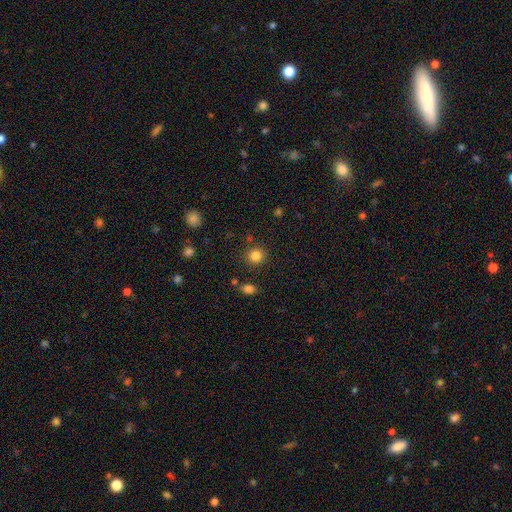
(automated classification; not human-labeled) A smooth galaxy with no disk features (84%) that is round (89%).

Vote fractions:
- Smooth or featured? smooth: 84% / star or artifact: 12% / featured or disk: 4%
- How rounded? round: 89% / in between: 10% / cigar-shaped: 1%
- Merging? none: 86% / minor disturbance: 8% / merger: 4% / major disturbance: 3%